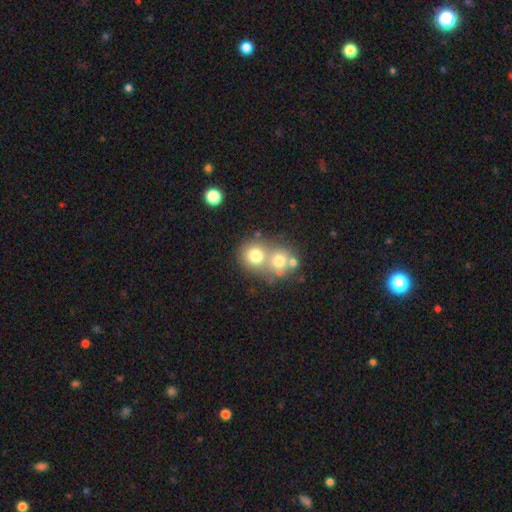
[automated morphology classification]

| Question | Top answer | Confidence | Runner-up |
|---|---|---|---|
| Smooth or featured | smooth | 72% | featured or disk (17%) |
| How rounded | round | 82% | in between (17%) |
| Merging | merger | 56% | none (34%) |